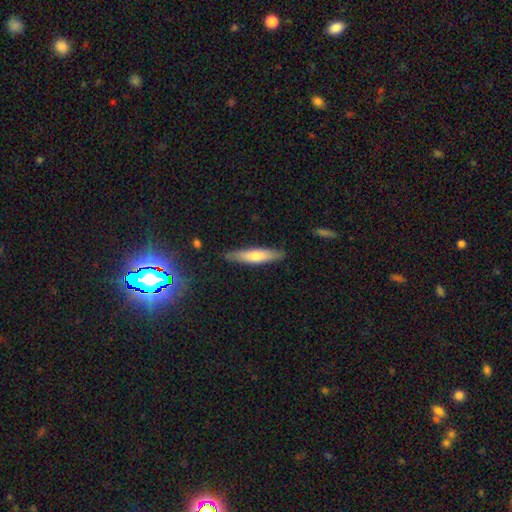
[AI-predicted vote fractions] A smooth galaxy with no disk features (61%) that is cigar-shaped (84%).

Vote fractions:
- Smooth or featured? smooth: 61% / featured or disk: 32% / star or artifact: 6%
- How rounded? cigar-shaped: 84% / in between: 15% / round: 1%
- Merging? none: 87% / minor disturbance: 10% / major disturbance: 2% / merger: 1%